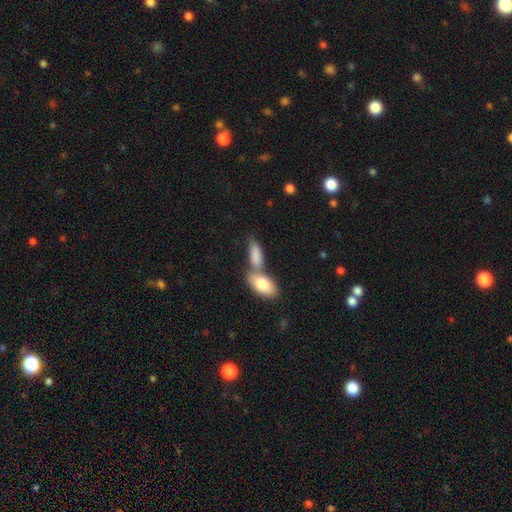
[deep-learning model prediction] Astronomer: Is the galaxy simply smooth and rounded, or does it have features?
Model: smooth — 83%.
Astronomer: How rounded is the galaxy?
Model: in between — 79%.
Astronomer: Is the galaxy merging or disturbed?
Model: merger — 49% (runner-up: none, 36%).